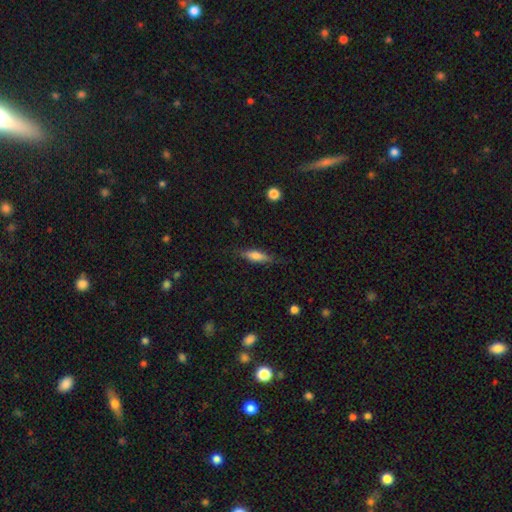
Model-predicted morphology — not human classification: This is likely a smooth galaxy (63%). How rounded: possibly cigar-shaped (59%). Merging: likely none (79%).